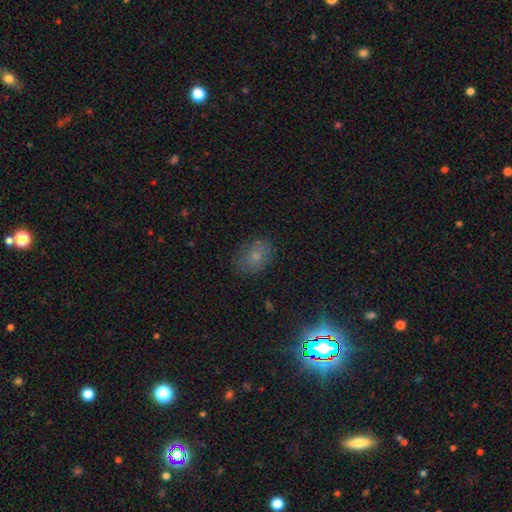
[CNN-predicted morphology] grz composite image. It shows a smooth galaxy with no disk features (68%) that is in between round and cigar-shaped (71%). Merging: none (78%).